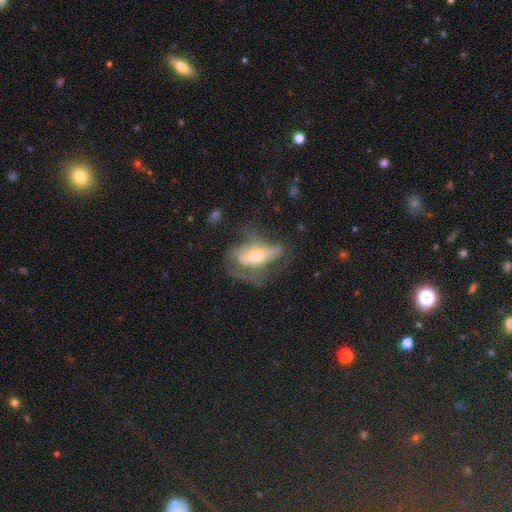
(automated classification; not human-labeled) Morphology: type=featured or disk (57%); edge-on=no (77%); merging=none (37%, tied with major disturbance).